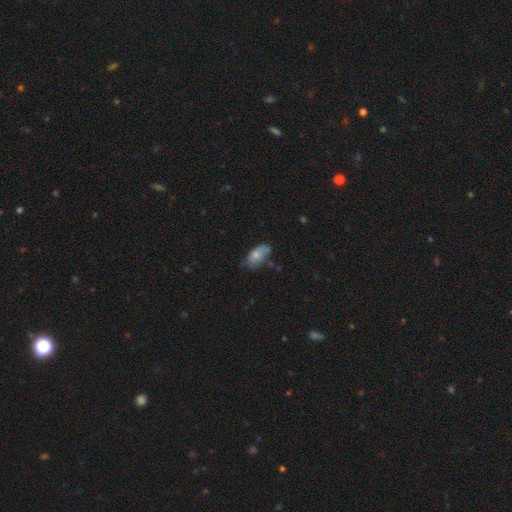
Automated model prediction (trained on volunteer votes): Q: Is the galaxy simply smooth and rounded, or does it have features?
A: smooth — 60%.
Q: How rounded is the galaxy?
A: in between — 91%.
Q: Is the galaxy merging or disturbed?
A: none — 50%.